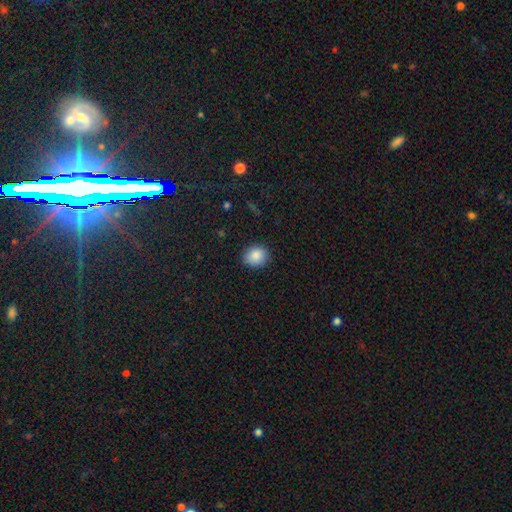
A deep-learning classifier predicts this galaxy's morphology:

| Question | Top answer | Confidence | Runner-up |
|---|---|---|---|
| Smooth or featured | smooth | 87% | star or artifact (9%) |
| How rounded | round | 73% | in between (26%) |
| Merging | none | 87% | minor disturbance (10%) |